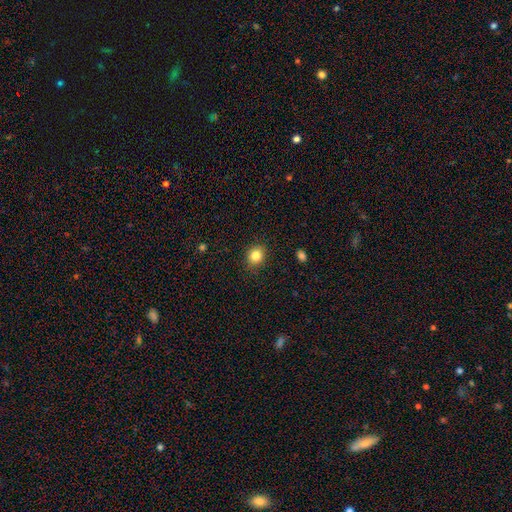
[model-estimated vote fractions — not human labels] This appears to be a smooth galaxy with no disk features (84%) that is round (68%). Merging: none (88%).